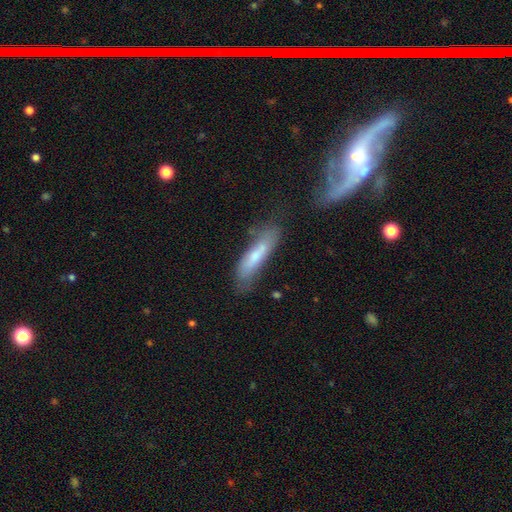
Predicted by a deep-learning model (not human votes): A smooth galaxy with no disk features (62%) that is cigar-shaped (73%). Merging: none (55%).